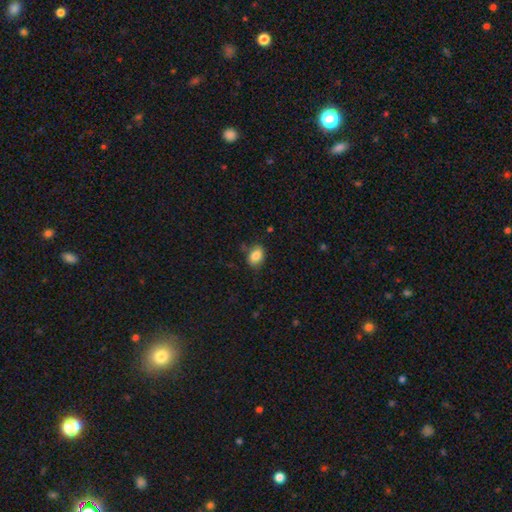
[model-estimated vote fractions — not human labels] Morphology: type=smooth (85%); roundness=in between (78%); merging=none (73%).